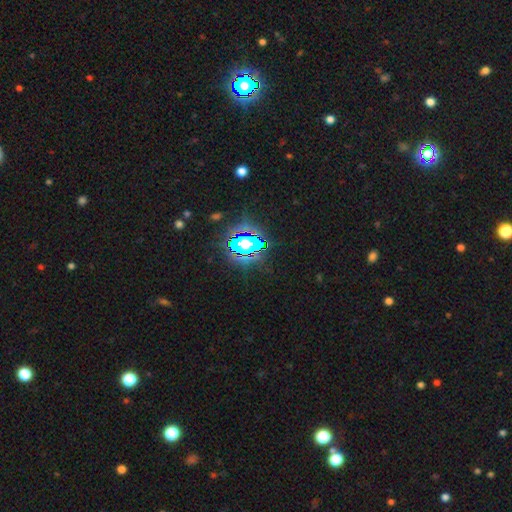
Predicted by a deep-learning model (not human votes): Q: Smooth or featured?
A: star or artifact (78%); runner-up: smooth (14%)